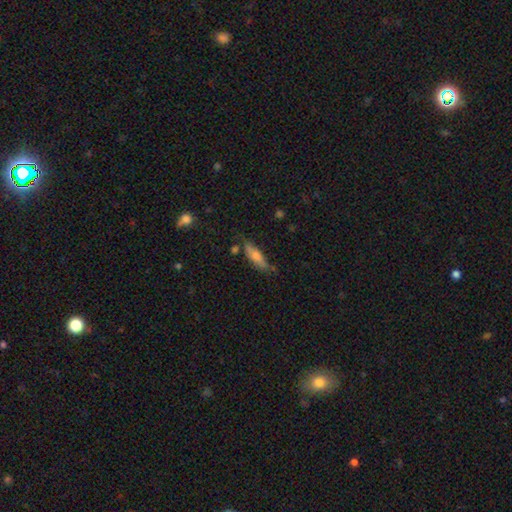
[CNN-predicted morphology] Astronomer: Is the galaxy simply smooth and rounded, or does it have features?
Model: smooth — 58% (runner-up: featured or disk, 34%).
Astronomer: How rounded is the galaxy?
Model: cigar-shaped — 59% (runner-up: in between, 39%).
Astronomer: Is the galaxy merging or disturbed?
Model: none — 61%.